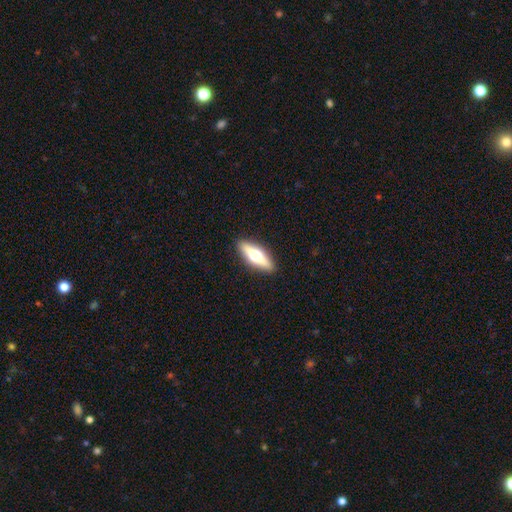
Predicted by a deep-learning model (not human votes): Q: Smooth or featured?
A: featured or disk (48%); runner-up: smooth (46%)
Q: Merging?
A: none (90%); runner-up: minor disturbance (7%)